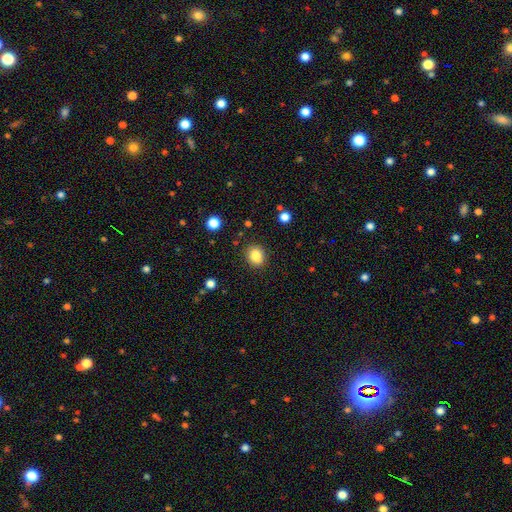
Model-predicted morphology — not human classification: smooth_or_featured: smooth (p=0.84) [alt: star or artifact p=0.10]
how_rounded: round (p=0.62) [alt: in between p=0.37]
merging: none (p=0.87) [alt: minor disturbance p=0.09]